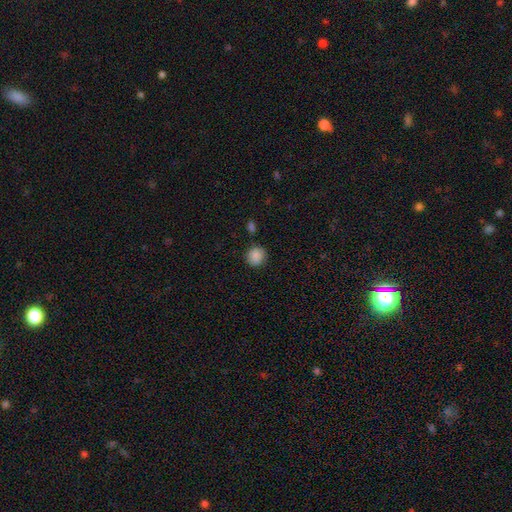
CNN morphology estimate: smooth 88%, star or artifact 8%, featured or disk 4%. Down the decision tree: how rounded — round (87%); merging — none (83%).